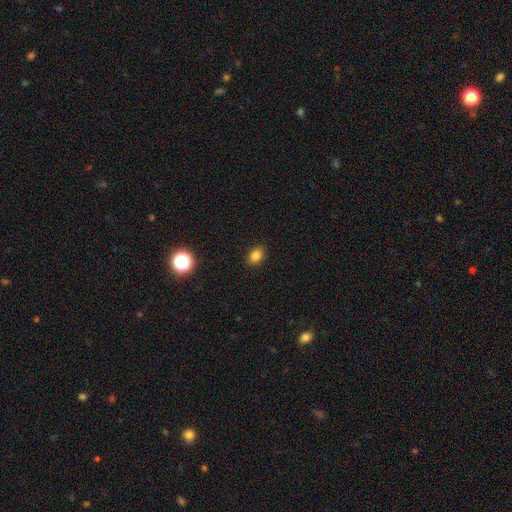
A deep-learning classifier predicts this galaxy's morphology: smooth_or_featured: smooth (p=0.82) [alt: star or artifact p=0.13]
how_rounded: in between (p=0.67) [alt: round p=0.31]
merging: none (p=0.89) [alt: minor disturbance p=0.08]